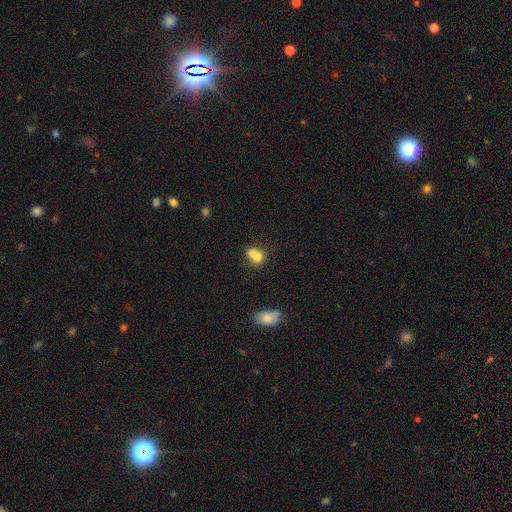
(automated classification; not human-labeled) smooth_or_featured: smooth (p=0.71) [alt: featured or disk p=0.19]
how_rounded: round (p=0.63) [alt: in between p=0.36]
merging: merger (p=0.64) [alt: none p=0.24]